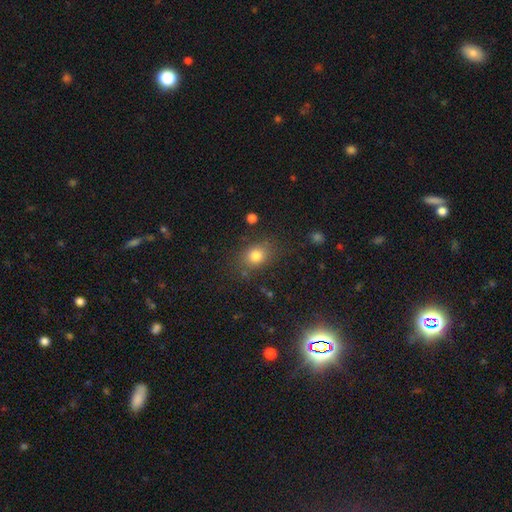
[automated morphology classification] smooth 79%, star or artifact 13%, featured or disk 8%. Down the decision tree: how rounded — in between (53%); merging — none (78%).